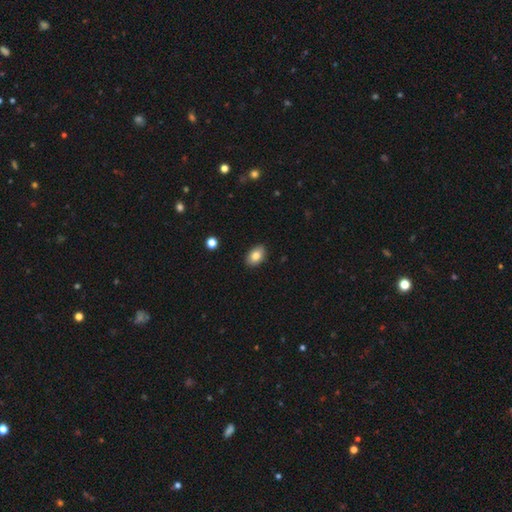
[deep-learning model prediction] smooth_or_featured: smooth (p=0.83) [alt: featured or disk p=0.09]
how_rounded: in between (p=0.88) [alt: round p=0.11]
merging: none (p=0.87) [alt: minor disturbance p=0.10]